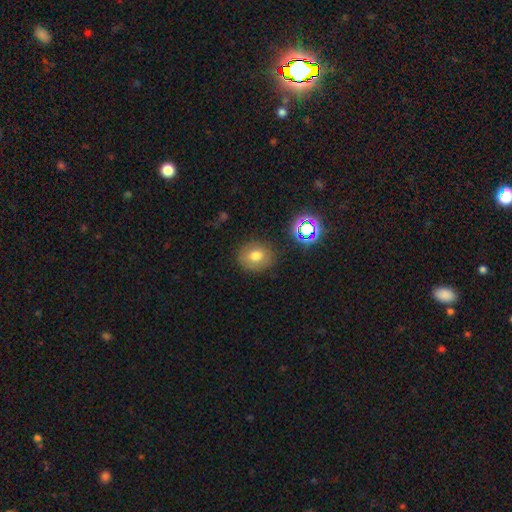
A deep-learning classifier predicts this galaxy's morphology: Overall: smooth (73%). How rounded: round (72%). Merging: none (83%).